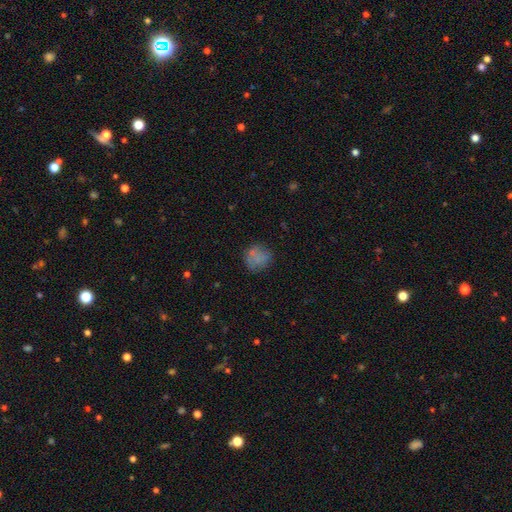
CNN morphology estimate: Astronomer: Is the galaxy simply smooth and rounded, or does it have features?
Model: smooth — 69%.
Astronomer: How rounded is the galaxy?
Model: round — 83%.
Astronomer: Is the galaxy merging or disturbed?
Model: none — 70%.